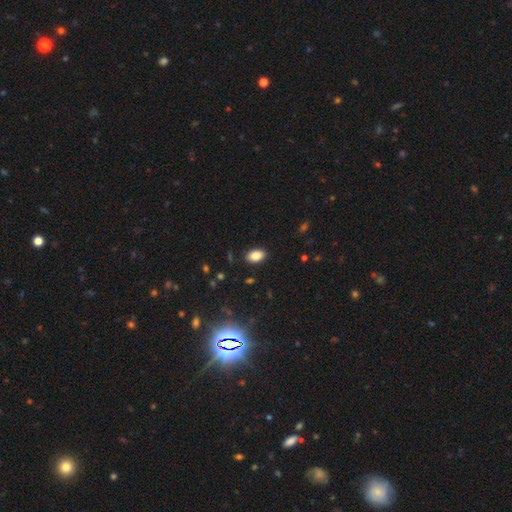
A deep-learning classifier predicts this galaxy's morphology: A smooth galaxy with no disk features (85%) that is in between round and cigar-shaped (90%).

Vote fractions:
- Smooth or featured? smooth: 85% / star or artifact: 9% / featured or disk: 6%
- How rounded? in between: 90% / round: 9% / cigar-shaped: 1%
- Merging? none: 88% / minor disturbance: 9% / major disturbance: 2% / merger: 1%